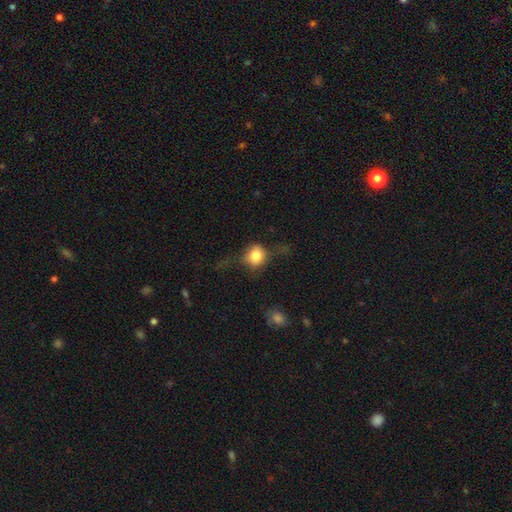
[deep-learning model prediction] Morphology: type=smooth (67%); roundness=round (74%); merging=none (55%).